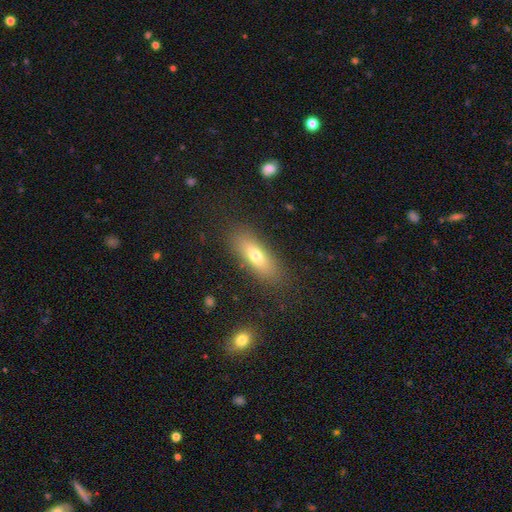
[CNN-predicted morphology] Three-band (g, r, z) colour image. It shows a smooth galaxy with no disk features (70%) that is in between round and cigar-shaped (57%). Merging: none (85%).